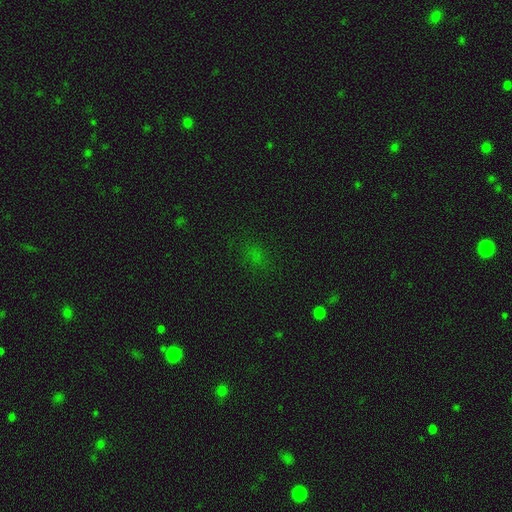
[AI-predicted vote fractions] smooth 47%, star or artifact 45%, featured or disk 8%. Down the decision tree: merging — none (77%).